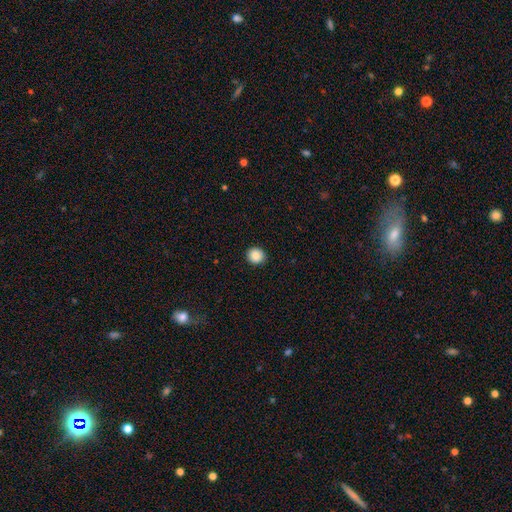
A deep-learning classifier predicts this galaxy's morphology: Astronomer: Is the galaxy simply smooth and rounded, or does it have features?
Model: smooth — 85%.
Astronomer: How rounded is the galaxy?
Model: round — 88%.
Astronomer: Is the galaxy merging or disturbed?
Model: none — 93%.